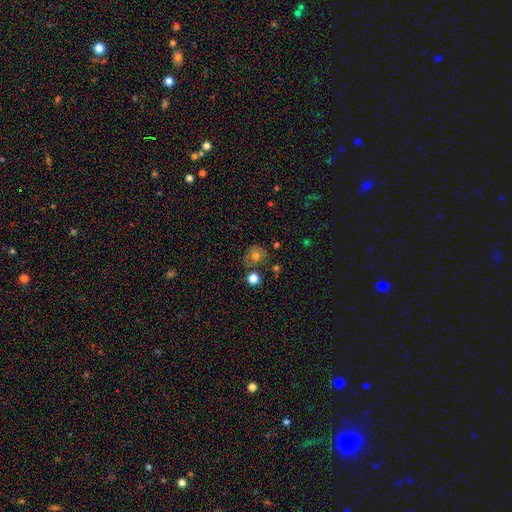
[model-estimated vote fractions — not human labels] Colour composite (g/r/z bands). It shows a smooth galaxy with no disk features (70%) that is round (85%). Merging: none (69%).